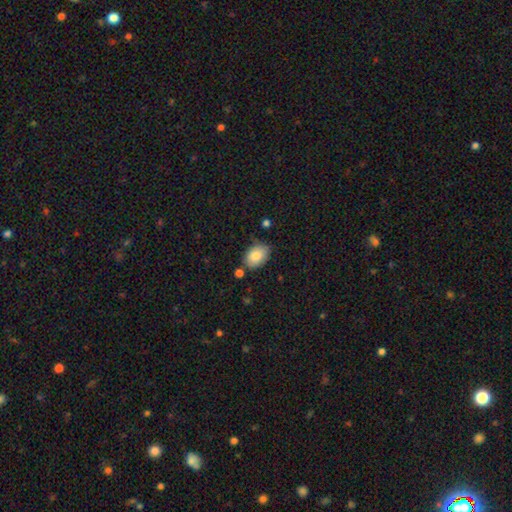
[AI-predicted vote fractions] Overall: smooth (85%). How rounded: in between (87%). Merging: none (75%).